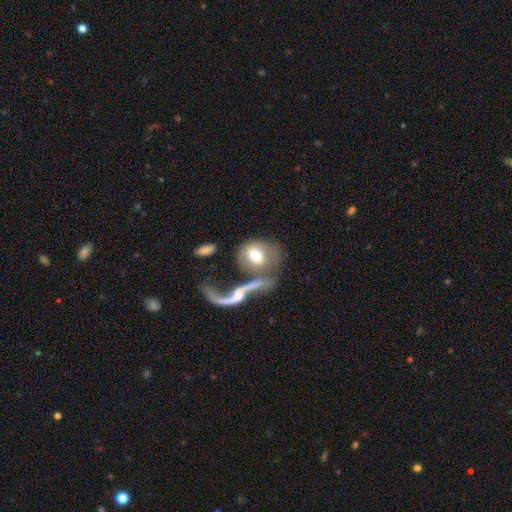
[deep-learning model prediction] smooth-or-featured: smooth: 57% | featured or disk: 36% | star or artifact: 7%
  how-rounded: round: 55% | in between: 42% | cigar-shaped: 4%
  merging: merger: 37% | none: 35% | major disturbance: 16% | minor disturbance: 12%